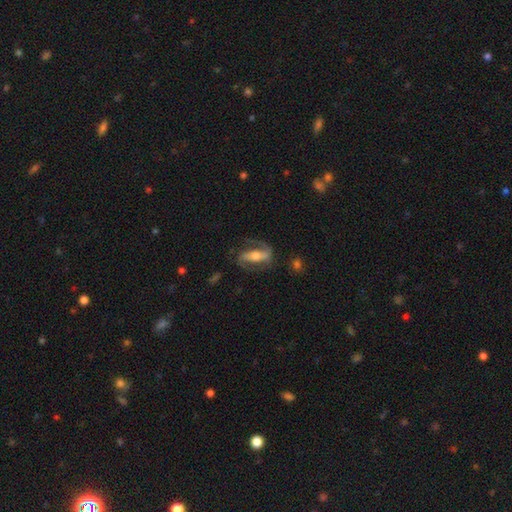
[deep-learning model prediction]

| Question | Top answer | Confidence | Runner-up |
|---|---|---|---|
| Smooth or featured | featured or disk | 80% | smooth (14%) |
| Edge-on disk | no | 91% | yes (9%) |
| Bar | strong | 58% | weak (24%) |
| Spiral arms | yes | 92% | no (8%) |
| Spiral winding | medium | 48% | loose (30%) |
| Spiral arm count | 2 | 87% | 1 (6%) |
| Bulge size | moderate | 58% | small (28%) |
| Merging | none | 72% | minor disturbance (15%) |